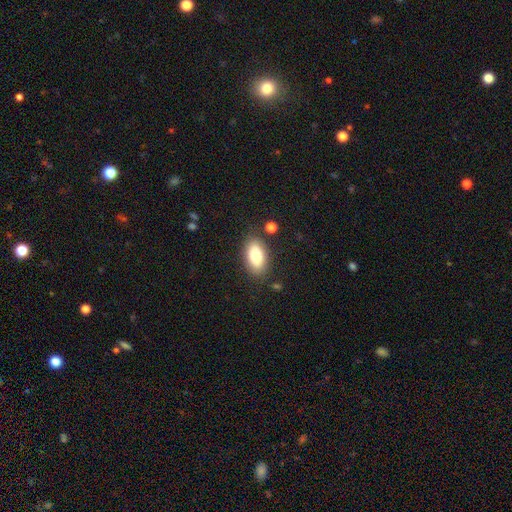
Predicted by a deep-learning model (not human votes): This appears to be a smooth galaxy with no disk features (78%) that is in between round and cigar-shaped (92%). Merging: none (82%).